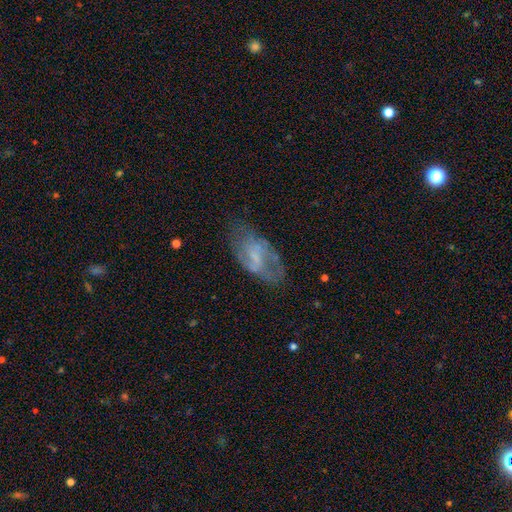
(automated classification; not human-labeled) This appears to be a featured or disk galaxy (61%) with a weak bar (45%), spiral arms (64%) and no central bulge (41%). Merging: none (55%).